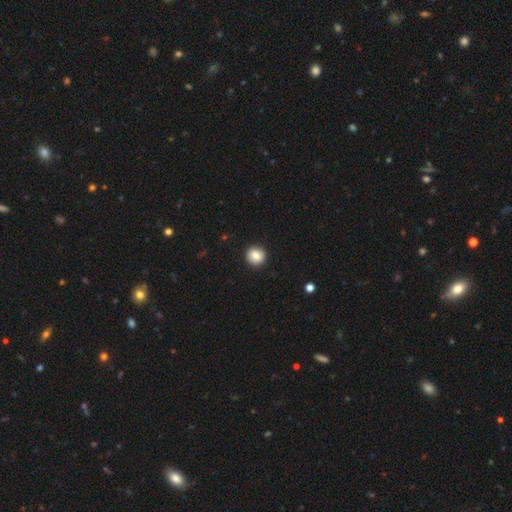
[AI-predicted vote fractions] Overall: smooth (85%). How rounded: round (92%). Merging: none (93%).